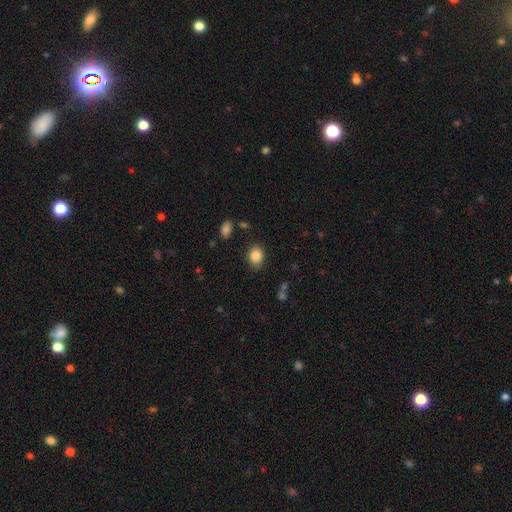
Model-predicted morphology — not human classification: Smooth or featured? Predicted: smooth (p=0.85). How rounded? Predicted: in between (p=0.53). Merging? Predicted: none (p=0.84).